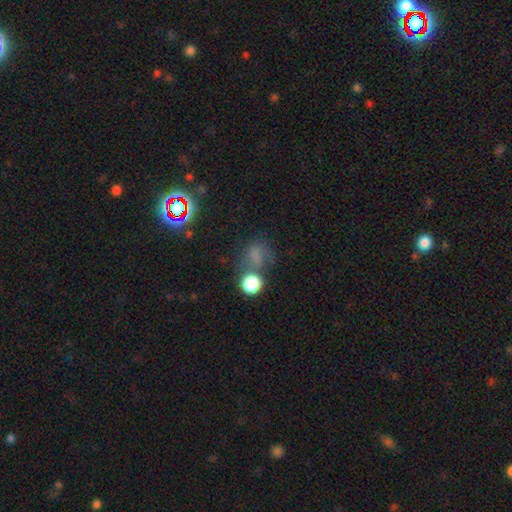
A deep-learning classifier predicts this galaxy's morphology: Smooth or featured? Predicted: smooth (p=0.63). How rounded? Predicted: round (p=0.61). Merging? Predicted: none (p=0.44).